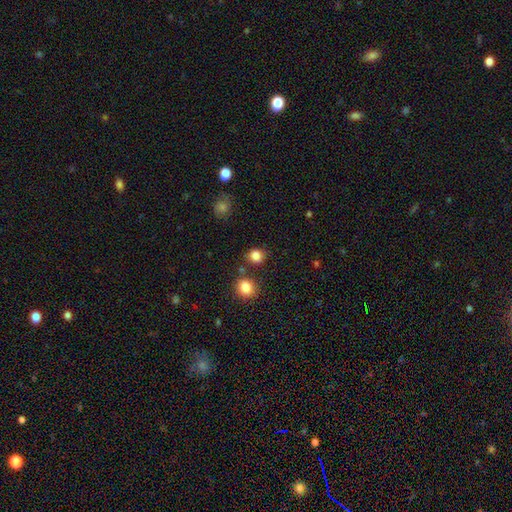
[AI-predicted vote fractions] This appears to be a smooth galaxy with no disk features (84%) that is round (78%). Merging: none (78%).